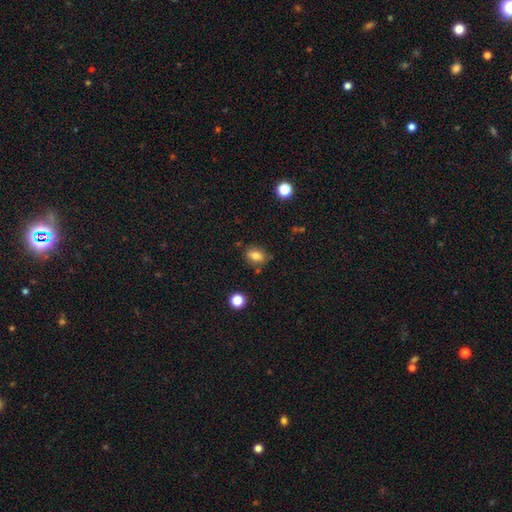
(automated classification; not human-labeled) A smooth galaxy with no disk features (79%) that is in between round and cigar-shaped (69%). Merging: none (74%).